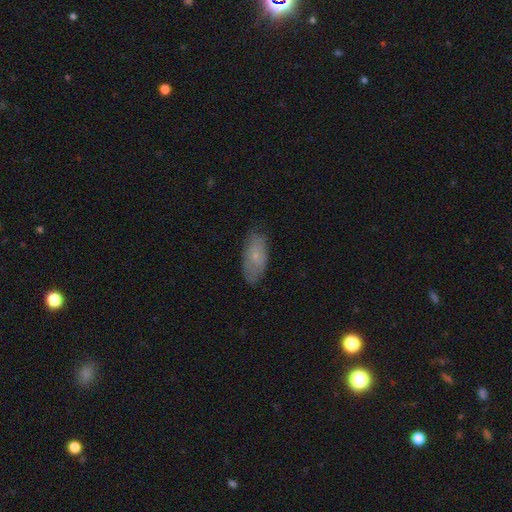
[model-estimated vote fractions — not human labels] Smooth or featured? smooth (61%)
How rounded? in between (88%)
Merging? none (76%)